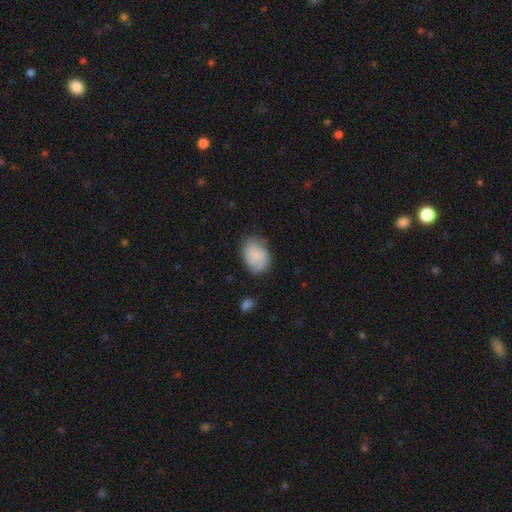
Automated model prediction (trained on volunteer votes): Morphology: type=smooth (77%); roundness=in between (74%); merging=none (68%).